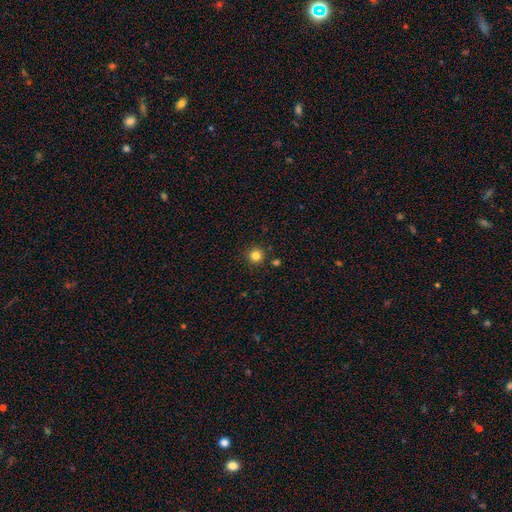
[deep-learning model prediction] This appears to be a smooth galaxy with no disk features (82%) that is round (96%). Merging: none (89%).